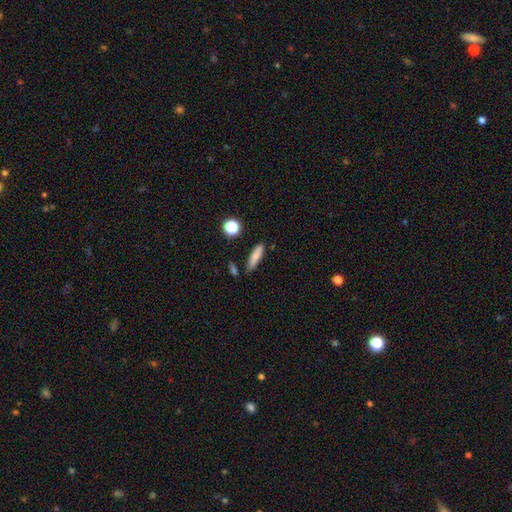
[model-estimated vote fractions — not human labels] Morphology: type=smooth (79%); roundness=cigar-shaped (75%); merging=none (78%).